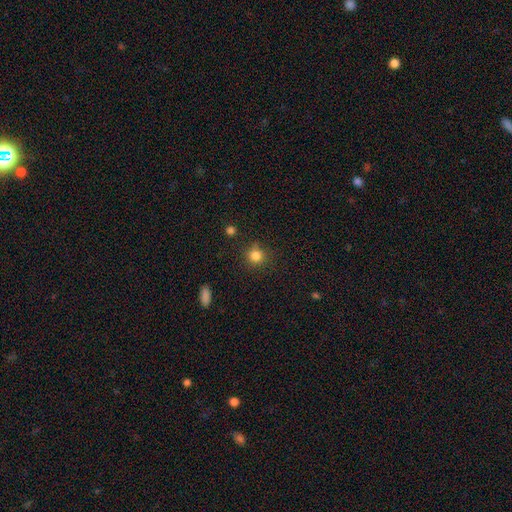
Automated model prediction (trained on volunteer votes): Smooth or featured? Predicted: smooth (p=0.82). How rounded? Predicted: round (p=0.90). Merging? Predicted: none (p=0.82).